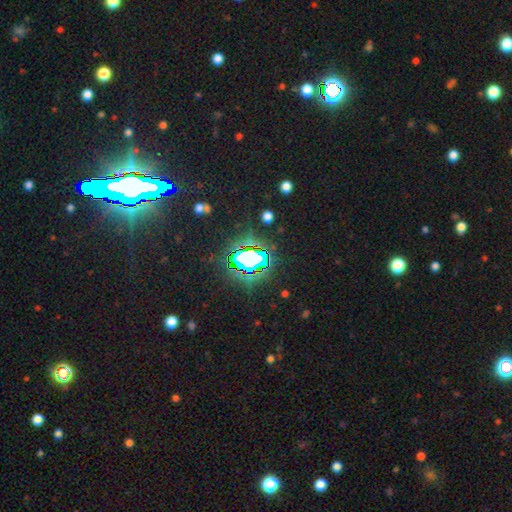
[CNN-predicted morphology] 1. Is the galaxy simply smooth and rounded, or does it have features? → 75% star or artifact, 15% smooth, 10% featured or disk.